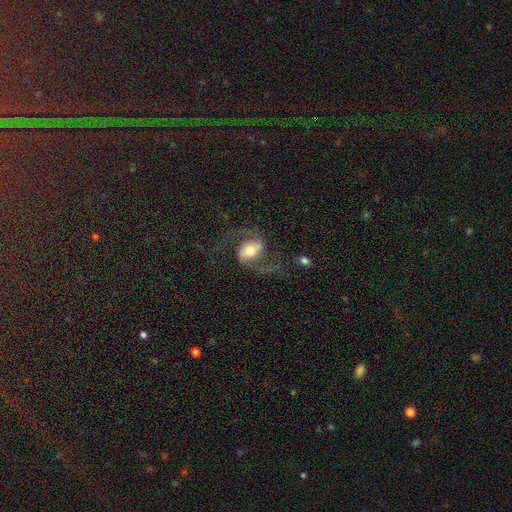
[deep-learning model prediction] A featured or disk galaxy (66%) with a weak bar (41%), 2 (93%) medium (48%) spiral arms (90%) and a moderate central bulge (52%).

Vote fractions:
- Smooth or featured? featured or disk: 66% / star or artifact: 21% / smooth: 13%
- Edge-on disk? no: 95% / yes: 5%
- Bar? weak: 41% / no: 38% / strong: 21%
- Spiral arms? yes: 90% / no: 10%
- Spiral winding? medium: 48% / loose: 38% / tight: 15%
- Spiral arm count? 2: 93% / can't tell: 2% / 1: 2% / 3: 1% / 4: 1% / more than 4: 1%
- Bulge size? moderate: 52% / large: 25% / small: 15% / dominant: 4% / none: 3%
- Merging? none: 69% / minor disturbance: 14% / major disturbance: 13% / merger: 3%